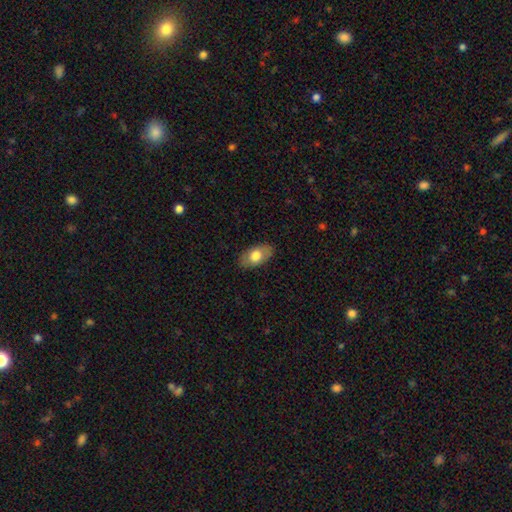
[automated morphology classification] A smooth galaxy with no disk features (72%) that is in between round and cigar-shaped (92%).

Vote fractions:
- Smooth or featured? smooth: 72% / featured or disk: 22% / star or artifact: 6%
- How rounded? in between: 92% / round: 6% / cigar-shaped: 2%
- Merging? none: 83% / minor disturbance: 13% / major disturbance: 3% / merger: 1%